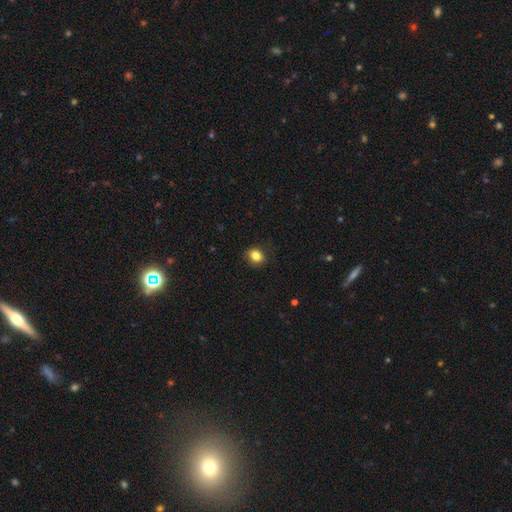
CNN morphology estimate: This is clearly a smooth galaxy (84%). How rounded: possibly round (57%). Merging: clearly none (87%).